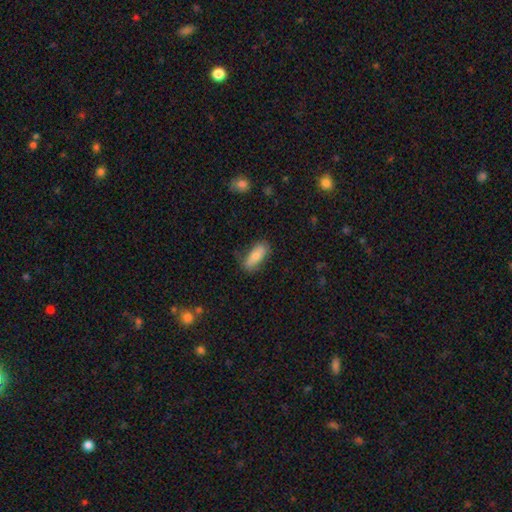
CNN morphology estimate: Smooth or featured? smooth (76%)
How rounded? in between (79%)
Merging? none (71%)